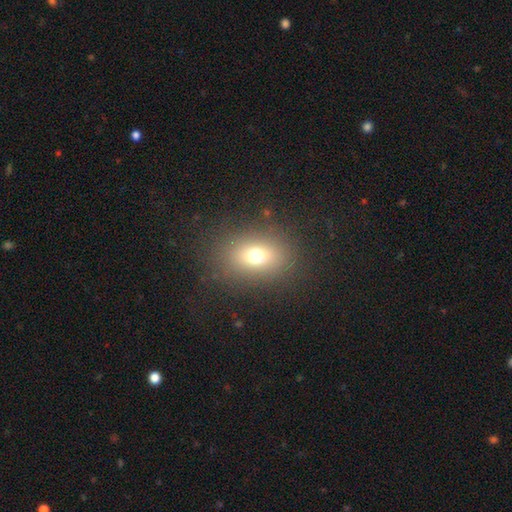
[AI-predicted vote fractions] The model was most divided on "how rounded": in between: 57%, round: 41%, cigar-shaped: 2%. More confident: merging — none (84%); smooth or featured — smooth (69%).